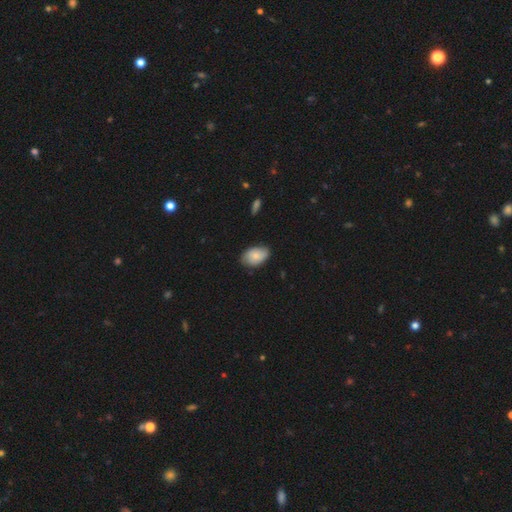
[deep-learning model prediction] This appears to be a smooth galaxy with no disk features (73%) that is in between round and cigar-shaped (89%). Merging: none (74%).